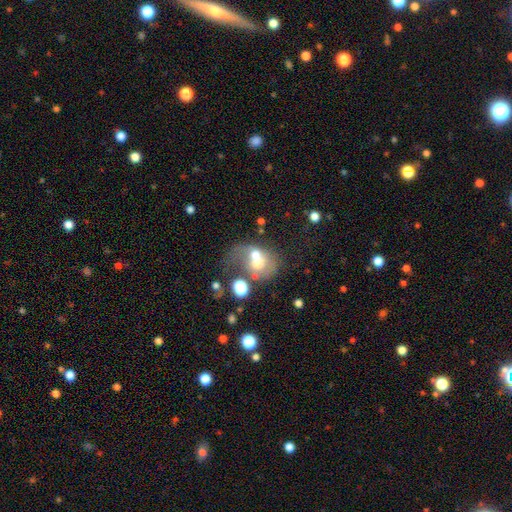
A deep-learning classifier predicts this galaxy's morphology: Overall: featured or disk (44%; smooth 42%). Merging: merger (58%; major disturbance 18%).